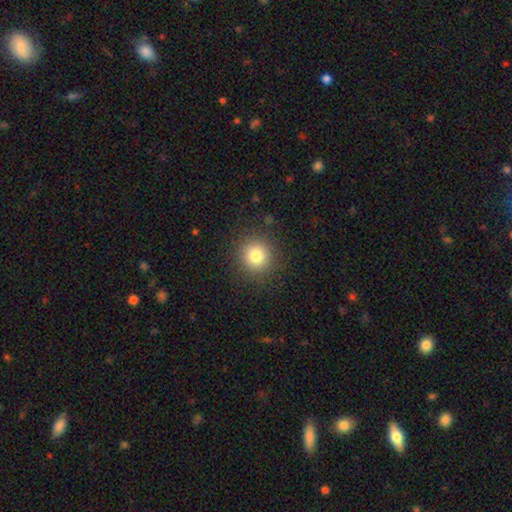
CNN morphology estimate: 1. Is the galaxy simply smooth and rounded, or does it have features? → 80% smooth, 12% star or artifact, 8% featured or disk.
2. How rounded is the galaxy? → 93% round, 6% in between, 1% cigar-shaped.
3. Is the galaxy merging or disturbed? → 89% none, 7% minor disturbance, 3% major disturbance, 1% merger.